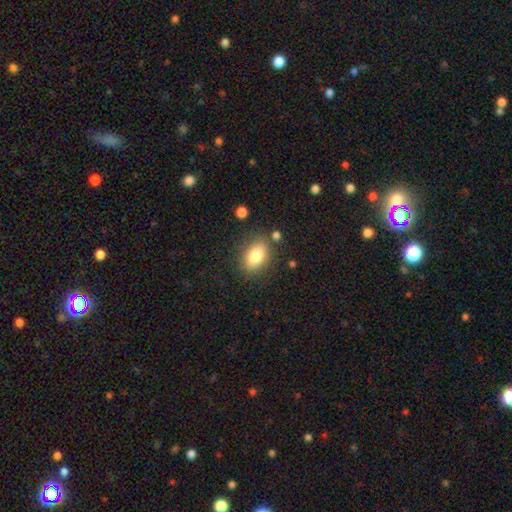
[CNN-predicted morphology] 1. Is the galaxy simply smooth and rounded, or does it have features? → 80% smooth, 11% featured or disk, 8% star or artifact.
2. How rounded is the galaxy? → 84% in between, 13% round, 3% cigar-shaped.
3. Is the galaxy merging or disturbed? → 80% none, 12% minor disturbance, 4% major disturbance, 4% merger.